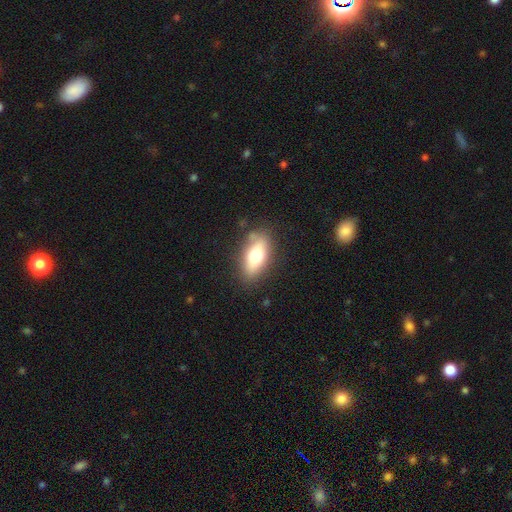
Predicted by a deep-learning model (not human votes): Smooth or featured?
  - smooth: 63% *
  - featured or disk: 29%
  - star or artifact: 8%
How rounded?
  - in between: 78% *
  - cigar-shaped: 16%
  - round: 6%
Merging?
  - none: 81% *
  - minor disturbance: 13%
  - major disturbance: 4%
  - merger: 2%